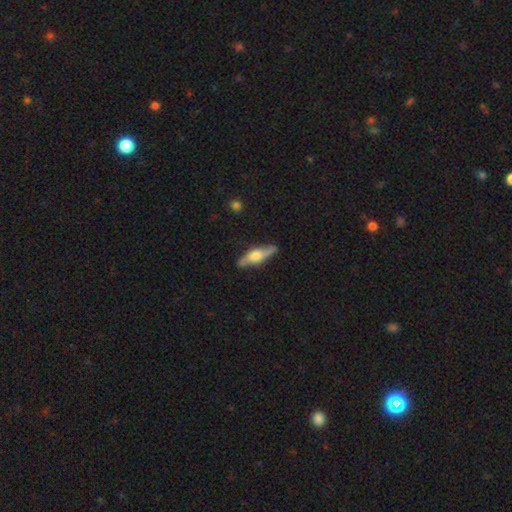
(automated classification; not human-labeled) smooth_or_featured: featured or disk (p=0.56) [alt: smooth p=0.39]
disk_edge_on: yes (p=0.80) [alt: no p=0.20]
merging: none (p=0.81) [alt: minor disturbance p=0.15]